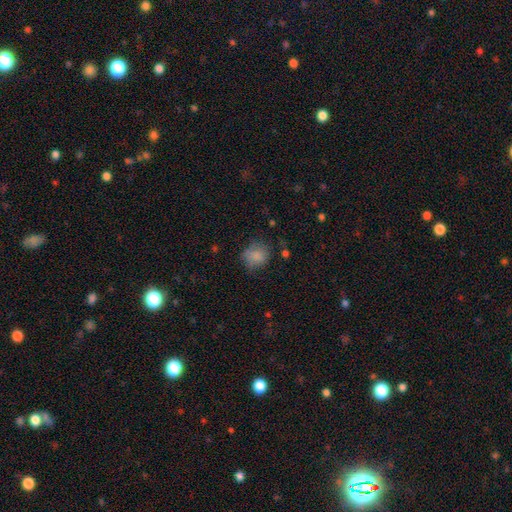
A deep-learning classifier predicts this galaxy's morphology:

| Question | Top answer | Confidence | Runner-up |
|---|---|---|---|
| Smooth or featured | smooth | 80% | featured or disk (10%) |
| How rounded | round | 76% | in between (23%) |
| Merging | none | 63% | minor disturbance (26%) |